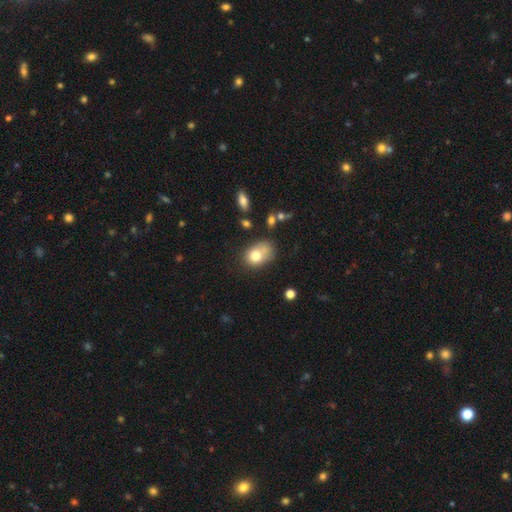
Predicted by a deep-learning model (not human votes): Overall: smooth (76%). How rounded: in between (67%; round 32%). Merging: none (41%; minor disturbance 31%).